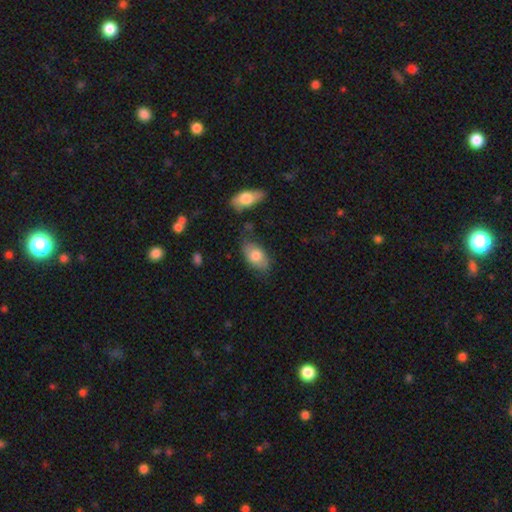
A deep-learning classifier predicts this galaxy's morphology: Smooth or featured? smooth (77%)
How rounded? in between (92%)
Merging? none (70%)